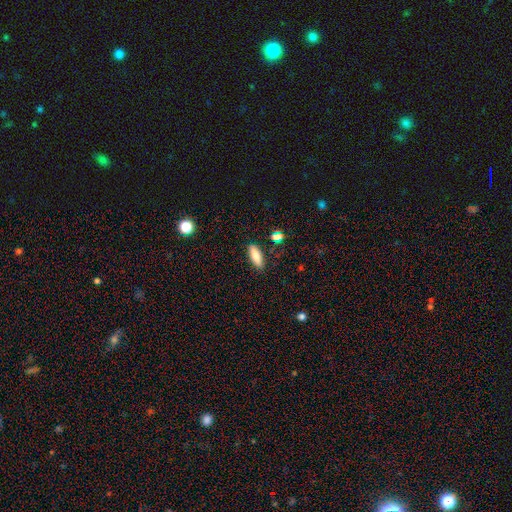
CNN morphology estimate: A smooth galaxy with no disk features (81%) that is in between round and cigar-shaped (63%). Merging: none (85%).